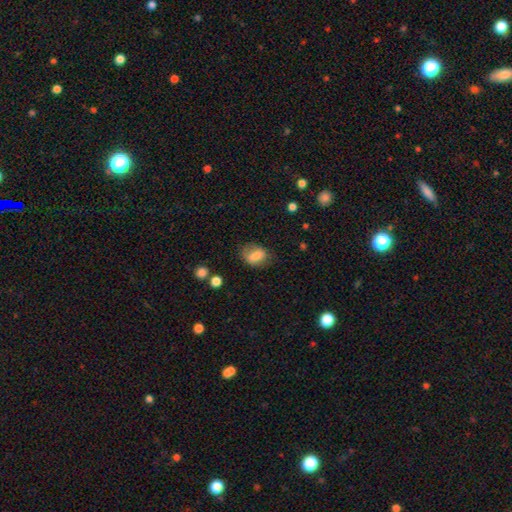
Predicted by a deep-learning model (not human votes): A smooth galaxy with no disk features (75%) that is in between round and cigar-shaped (69%).

Vote fractions:
- Smooth or featured? smooth: 75% / featured or disk: 16% / star or artifact: 8%
- How rounded? in between: 69% / round: 29% / cigar-shaped: 2%
- Merging? none: 63% / minor disturbance: 24% / major disturbance: 11% / merger: 2%